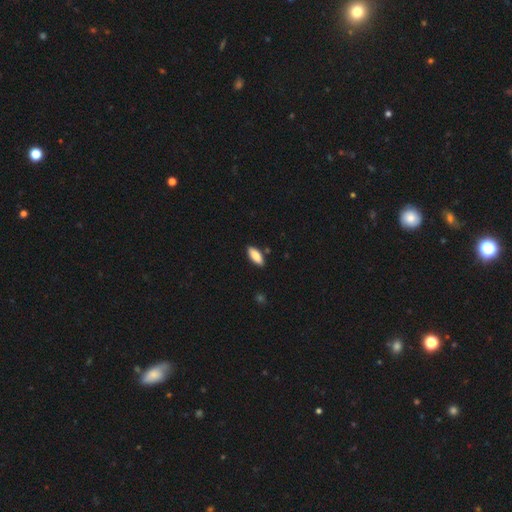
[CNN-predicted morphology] A smooth galaxy with no disk features (86%) that is in between round and cigar-shaped (75%). Merging: none (87%).